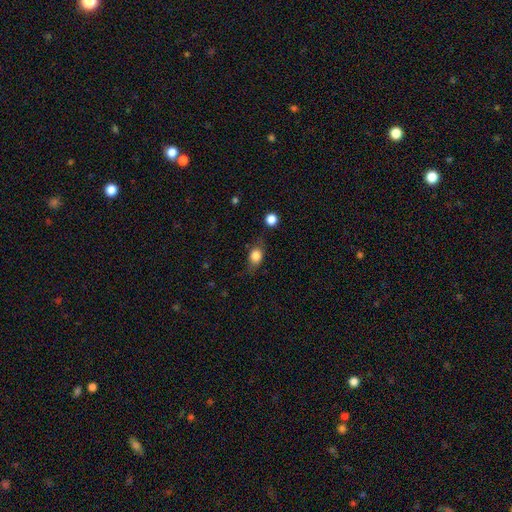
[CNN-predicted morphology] Smooth or featured? Predicted: smooth (p=0.79). How rounded? Predicted: in between (p=0.66). Merging? Predicted: none (p=0.67).